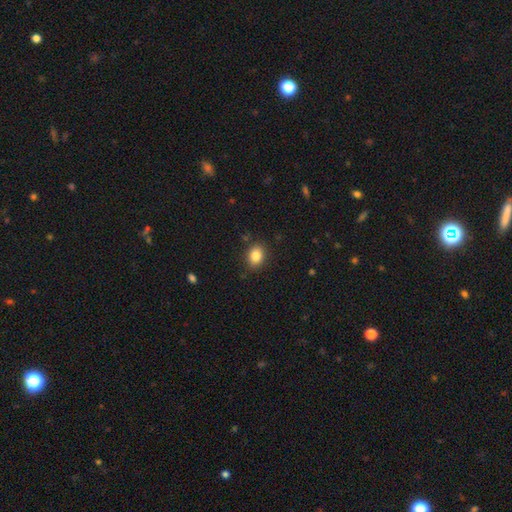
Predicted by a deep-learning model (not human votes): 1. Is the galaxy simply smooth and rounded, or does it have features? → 84% smooth, 10% star or artifact, 6% featured or disk.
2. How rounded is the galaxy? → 52% in between, 47% round, 1% cigar-shaped.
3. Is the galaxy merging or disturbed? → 87% none, 9% minor disturbance, 2% major disturbance, 2% merger.